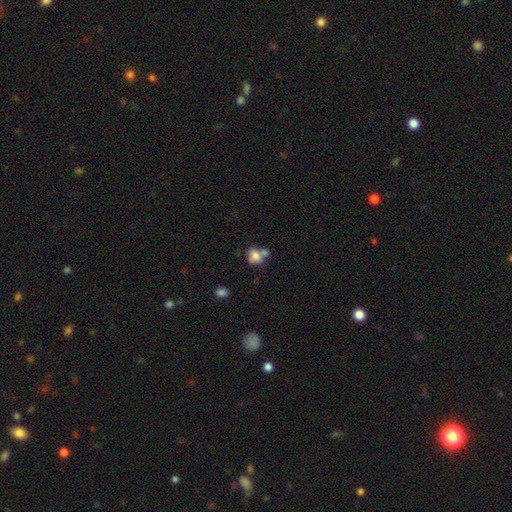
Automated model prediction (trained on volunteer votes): smooth 74%, featured or disk 17%, star or artifact 10%. Down the decision tree: how rounded — in between (54%); merging — merger (48%).